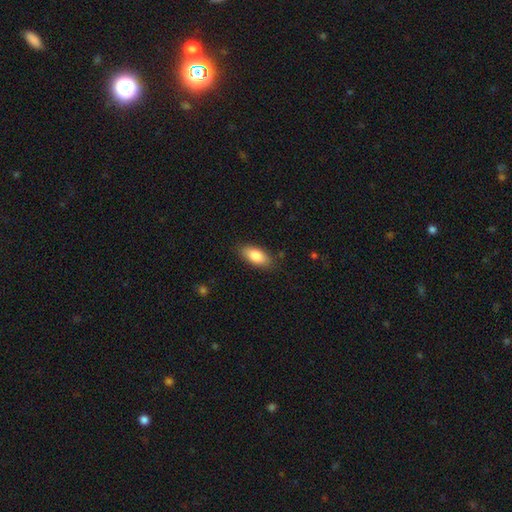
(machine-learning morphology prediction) smooth-or-featured: smooth: 84% | featured or disk: 9% | star or artifact: 6%
  how-rounded: in between: 87% | cigar-shaped: 11% | round: 3%
  merging: none: 85% | minor disturbance: 12% | major disturbance: 3% | merger: 1%